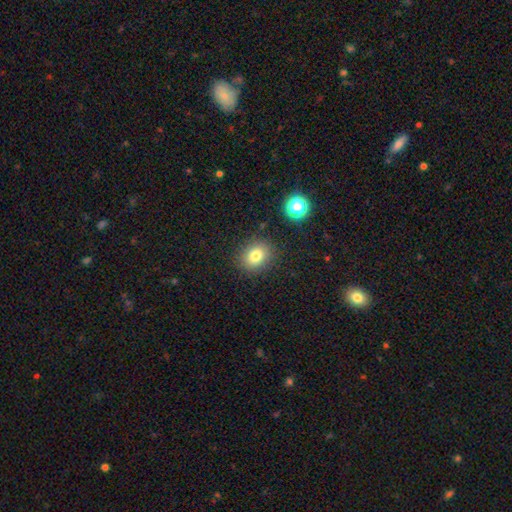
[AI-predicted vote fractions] The model was most divided on "how rounded": round: 55%, in between: 44%, cigar-shaped: 1%. More confident: merging — none (86%); smooth or featured — smooth (79%).